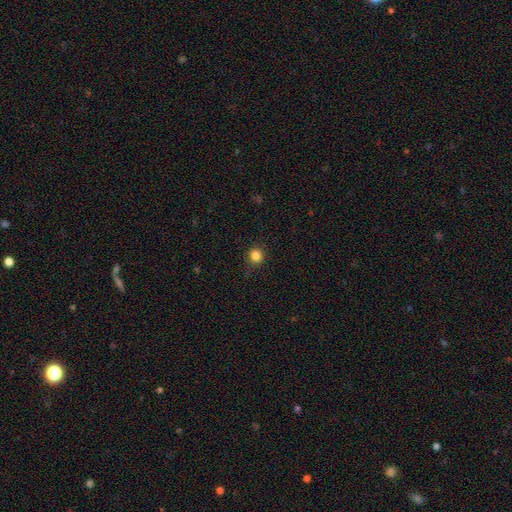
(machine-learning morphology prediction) Smooth or featured? smooth (84%)
How rounded? round (91%)
Merging? none (88%)